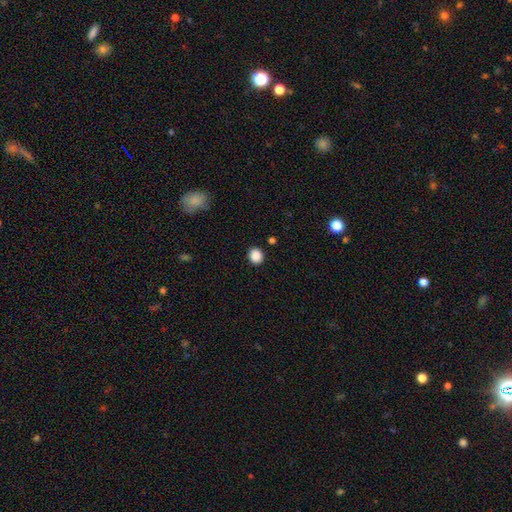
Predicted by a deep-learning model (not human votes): Overall: smooth (87%). How rounded: round (81%). Merging: none (90%).